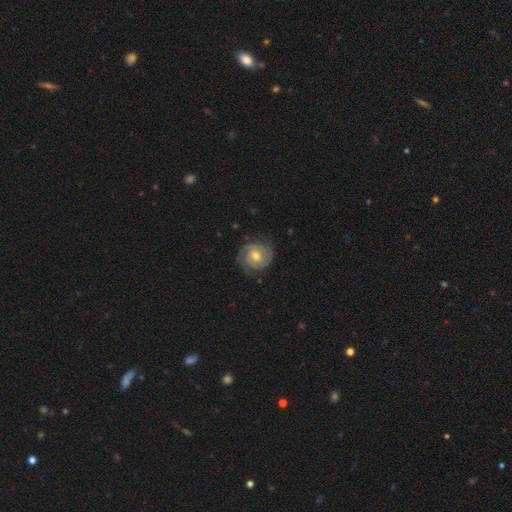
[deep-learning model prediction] Smooth or featured?
  - featured or disk: 79% *
  - smooth: 15%
  - star or artifact: 5%
Edge-on disk?
  - no: 98% *
  - yes: 2%
Bar?
  - no: 62% *
  - weak: 31%
  - strong: 7%
Spiral arms?
  - yes: 94% *
  - no: 6%
Spiral winding?
  - tight: 62% *
  - medium: 30%
  - loose: 8%
Spiral arm count?
  - 2: 66% *
  - can't tell: 15%
  - 3: 10%
  - 1: 3%
  - 4: 3%
  - more than 4: 3%
Bulge size?
  - moderate: 65% *
  - small: 31%
  - large: 3%
  - none: 1%
  - dominant: 1%
Merging?
  - none: 76% *
  - minor disturbance: 16%
  - major disturbance: 6%
  - merger: 1%